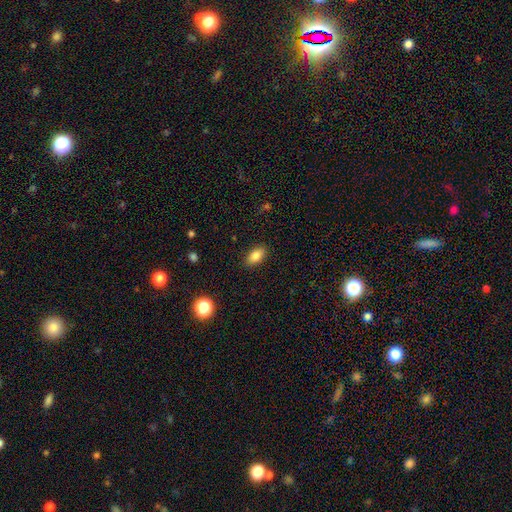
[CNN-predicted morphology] This appears to be a smooth galaxy with no disk features (85%) that is in between round and cigar-shaped (91%). Merging: none (88%).